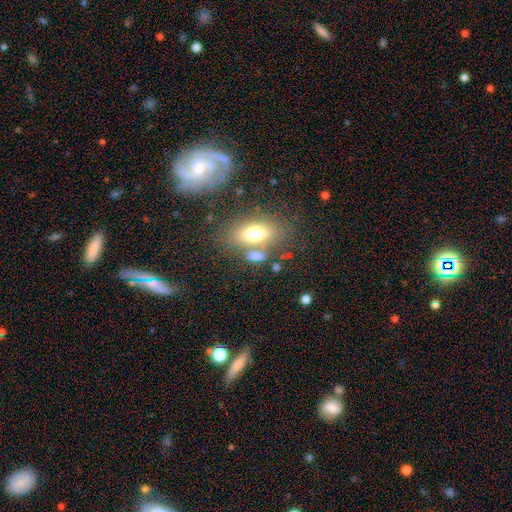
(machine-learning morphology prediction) This is likely a smooth galaxy (69%). How rounded: likely in between (77%). Merging: possibly none (55%).